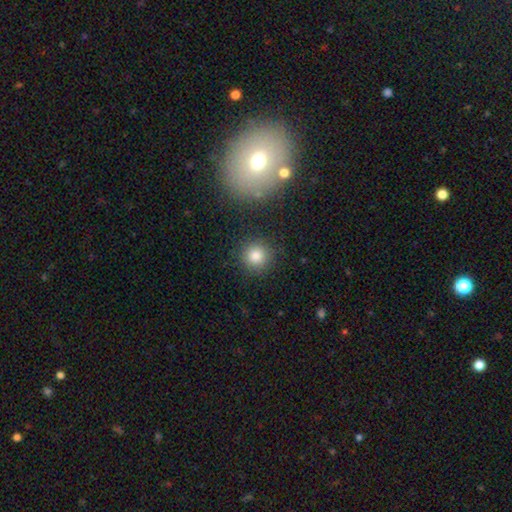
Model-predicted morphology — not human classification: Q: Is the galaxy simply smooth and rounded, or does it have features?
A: smooth — 82%.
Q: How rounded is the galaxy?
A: round — 93%.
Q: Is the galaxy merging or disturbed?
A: none — 88%.